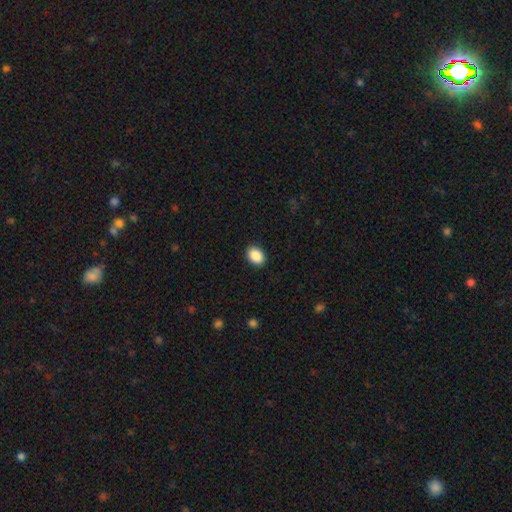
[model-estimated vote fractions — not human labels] Smooth or featured: smooth — 90% (star or artifact — 7%)
How rounded: in between — 78% (round — 21%)
Merging: none — 90% (minor disturbance — 7%)